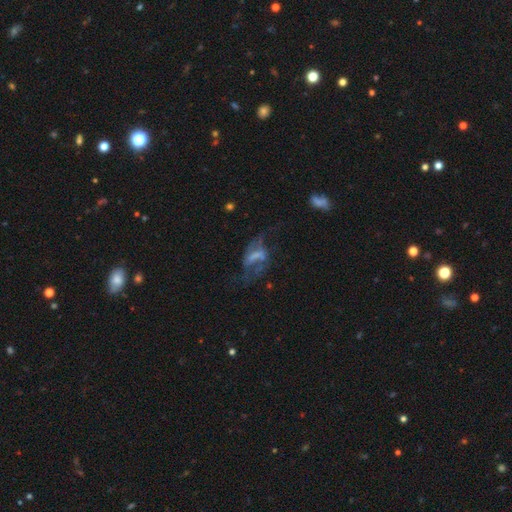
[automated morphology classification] A featured or disk galaxy (66%) with a weak bar (38%), spiral arms (64%) and no central bulge (53%). Merging: major disturbance (42%).